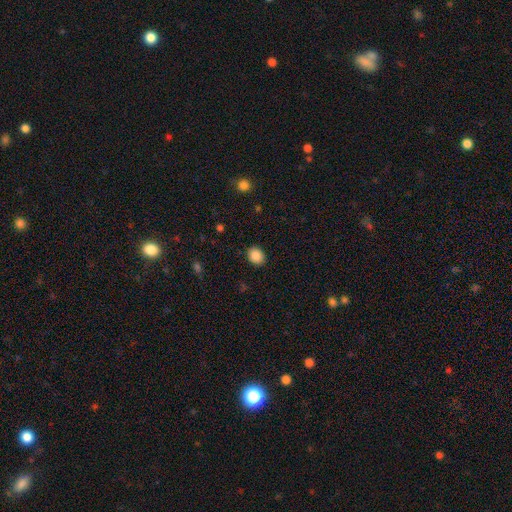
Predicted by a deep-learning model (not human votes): This is clearly a smooth galaxy (88%). How rounded: possibly round (54%). Merging: clearly none (89%).